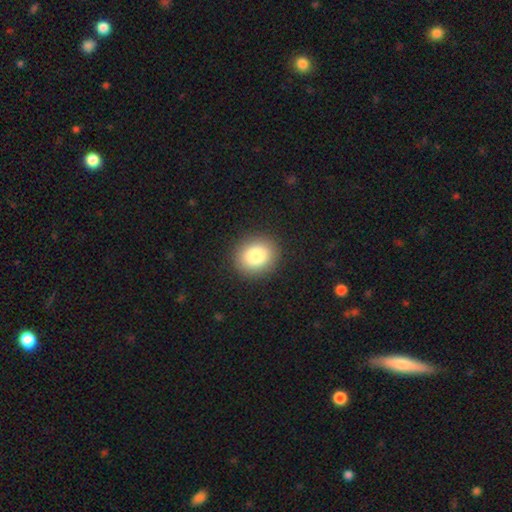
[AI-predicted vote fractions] Overall: smooth (84%). How rounded: round (77%). Merging: none (91%).